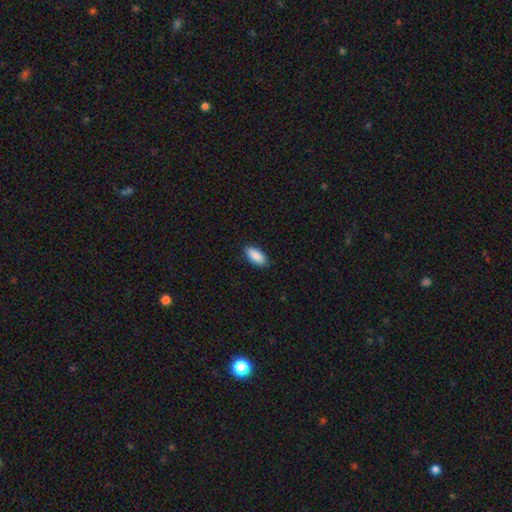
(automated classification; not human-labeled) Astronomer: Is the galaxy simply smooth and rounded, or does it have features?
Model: smooth — 90%.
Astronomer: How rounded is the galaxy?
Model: in between — 90%.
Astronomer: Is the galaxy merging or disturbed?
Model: none — 88%.